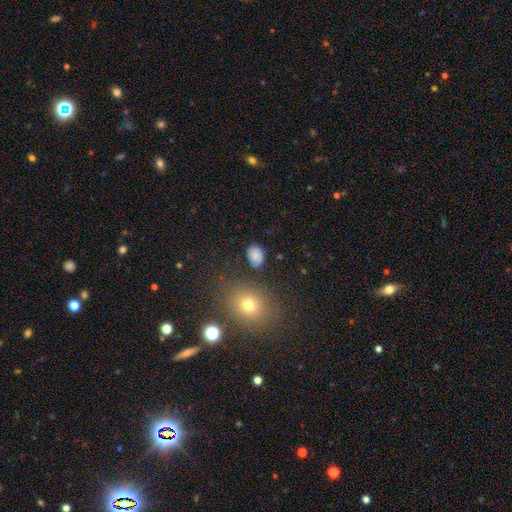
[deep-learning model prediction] Smooth or featured? Predicted: smooth (p=0.83). How rounded? Predicted: in between (p=0.71). Merging? Predicted: none (p=0.79).